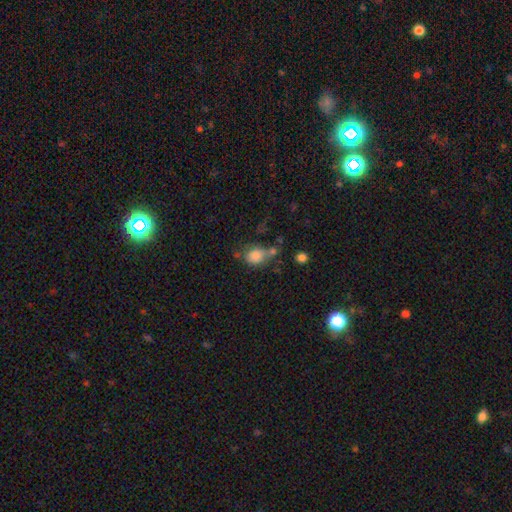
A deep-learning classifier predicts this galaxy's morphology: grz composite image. It shows a smooth galaxy with no disk features (80%) that is round (52%). Merging: none (39%).